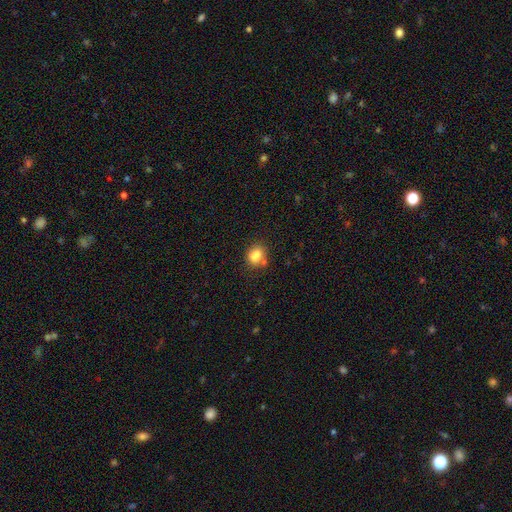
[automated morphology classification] The model was most divided on "how rounded": in between: 51%, round: 48%, cigar-shaped: 1%. More confident: smooth or featured — smooth (84%); merging — none (61%).